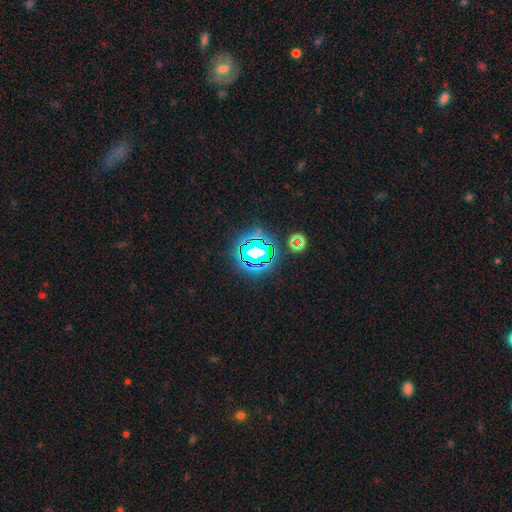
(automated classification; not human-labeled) star or artifact 72%, smooth 16%, featured or disk 12%.